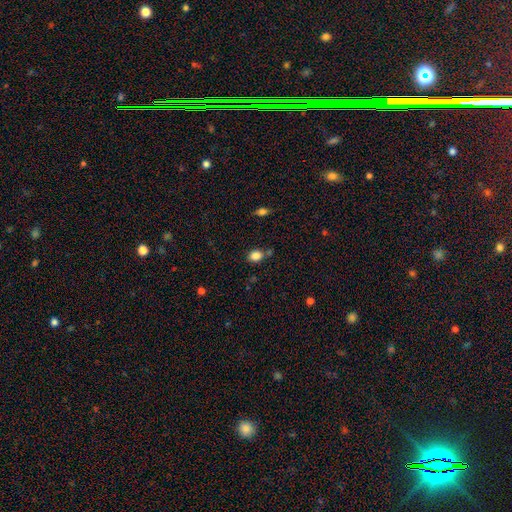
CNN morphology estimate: A smooth galaxy with no disk features (84%) that is in between round and cigar-shaped (59%).

Vote fractions:
- Smooth or featured? smooth: 84% / star or artifact: 11% / featured or disk: 5%
- How rounded? in between: 59% / round: 39% / cigar-shaped: 1%
- Merging? none: 70% / minor disturbance: 16% / merger: 10% / major disturbance: 4%